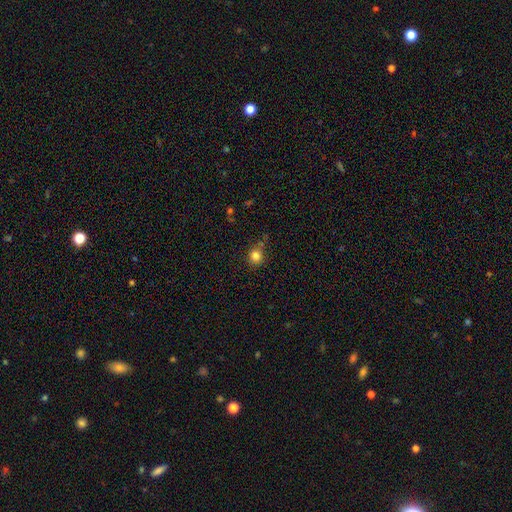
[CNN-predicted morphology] This appears to be a smooth galaxy with no disk features (82%) that is round (87%). Merging: none (75%).